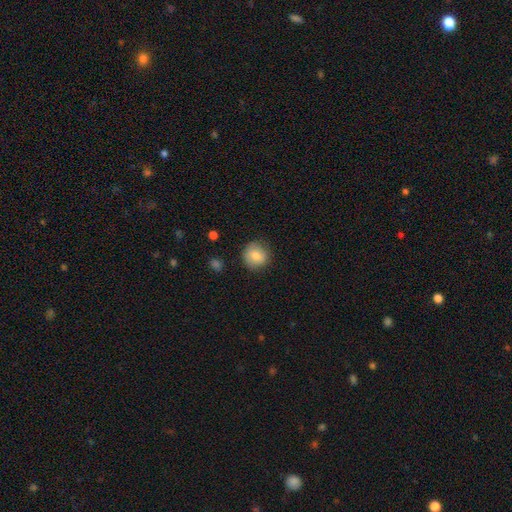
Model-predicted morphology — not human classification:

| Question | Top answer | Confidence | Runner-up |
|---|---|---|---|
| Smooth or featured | smooth | 81% | featured or disk (10%) |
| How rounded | round | 91% | in between (8%) |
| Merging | none | 85% | minor disturbance (11%) |